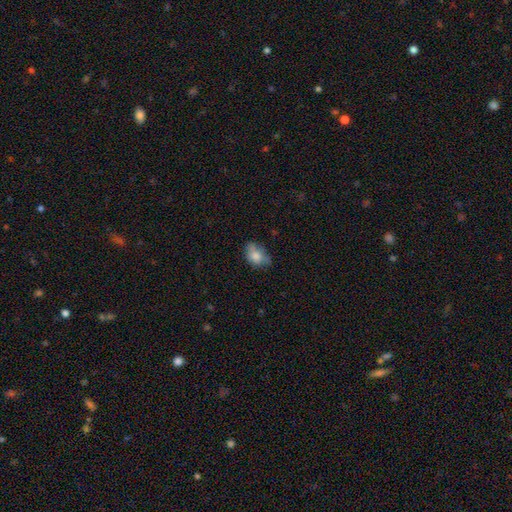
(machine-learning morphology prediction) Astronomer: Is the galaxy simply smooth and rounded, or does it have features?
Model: smooth — 77%.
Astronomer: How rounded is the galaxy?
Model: in between — 80%.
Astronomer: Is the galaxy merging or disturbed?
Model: none — 53% (runner-up: minor disturbance, 34%).